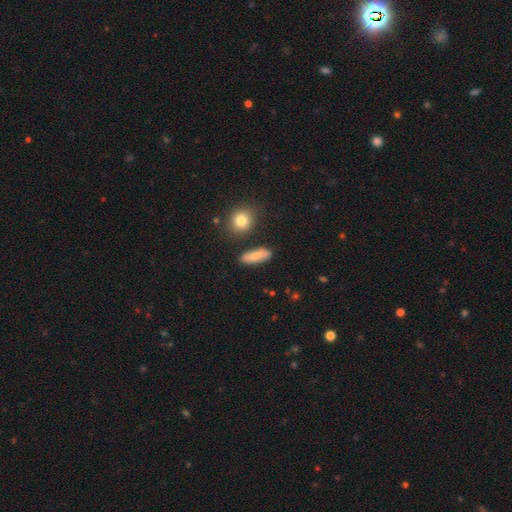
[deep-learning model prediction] smooth-or-featured: smooth: 75% | featured or disk: 17% | star or artifact: 8%
  how-rounded: in between: 60% | cigar-shaped: 35% | round: 5%
  merging: none: 80% | minor disturbance: 12% | merger: 4% | major disturbance: 3%